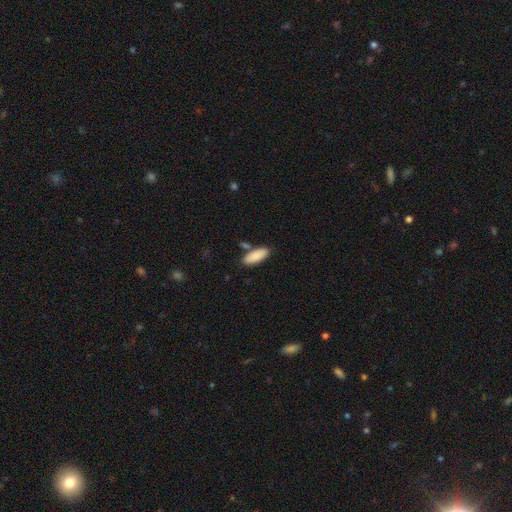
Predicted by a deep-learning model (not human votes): The model was most divided on "how rounded": in between: 75%, cigar-shaped: 23%, round: 2%. More confident: smooth or featured — smooth (88%); merging — none (77%).